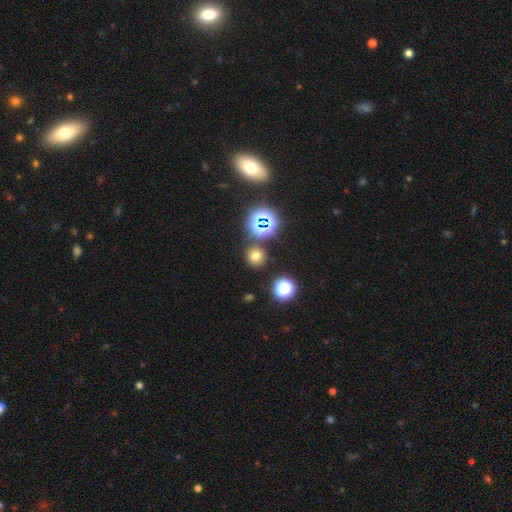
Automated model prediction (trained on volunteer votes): smooth_or_featured: smooth (p=0.65) [alt: star or artifact p=0.27]
how_rounded: round (p=0.88) [alt: in between p=0.11]
merging: none (p=0.83) [alt: minor disturbance p=0.07]